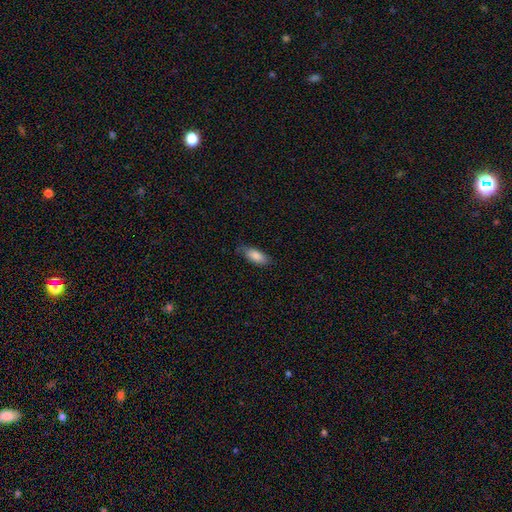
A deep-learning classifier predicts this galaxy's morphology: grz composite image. It shows a smooth galaxy with no disk features (85%) that is in between round and cigar-shaped (82%). Merging: none (74%).